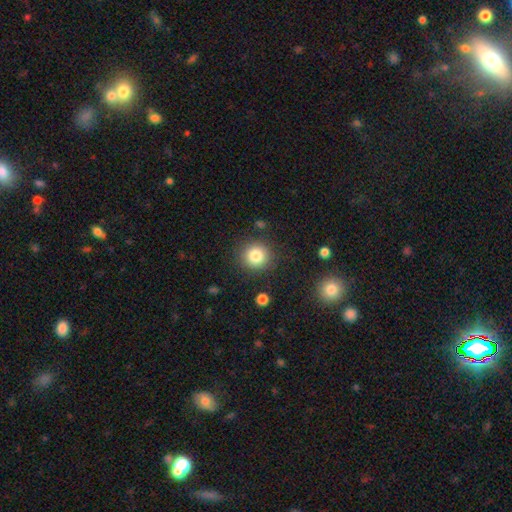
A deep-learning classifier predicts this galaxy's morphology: smooth-or-featured: smooth: 82% | star or artifact: 11% | featured or disk: 7%
  how-rounded: round: 92% | in between: 7% | cigar-shaped: 1%
  merging: none: 87% | minor disturbance: 8% | major disturbance: 3% | merger: 2%